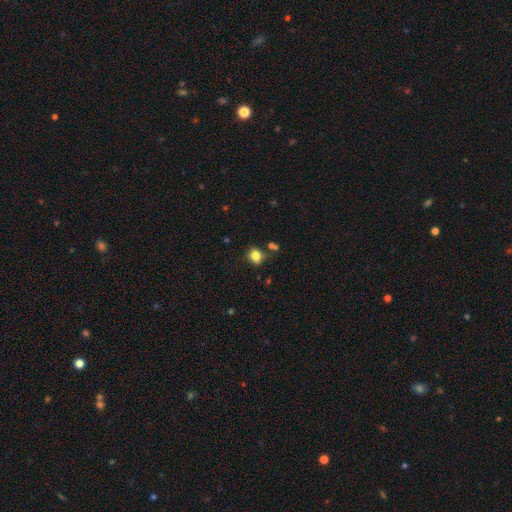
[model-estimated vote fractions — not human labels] This is clearly a smooth galaxy (82%). How rounded: possibly round (55%). Merging: likely none (74%).